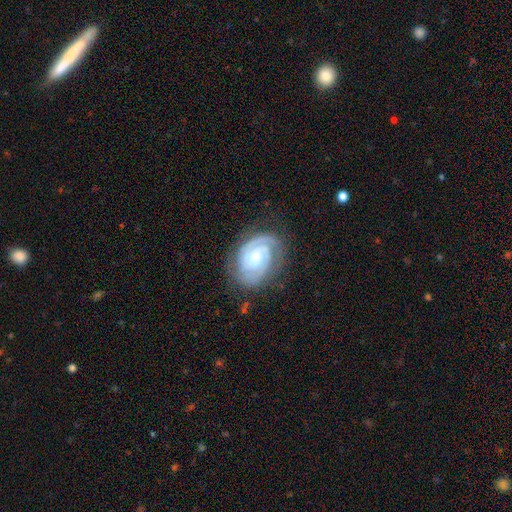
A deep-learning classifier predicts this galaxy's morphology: Q: Smooth or featured?
A: featured or disk (88%); runner-up: smooth (7%)
Q: Edge-on disk?
A: no (98%); runner-up: yes (2%)
Q: Bar?
A: no (58%); runner-up: weak (34%)
Q: Spiral arms?
A: yes (98%); runner-up: no (2%)
Q: Spiral winding?
A: tight (73%); runner-up: medium (24%)
Q: Spiral arm count?
A: 2 (64%); runner-up: 3 (14%)
Q: Bulge size?
A: small (57%); runner-up: moderate (32%)
Q: Merging?
A: none (77%); runner-up: minor disturbance (16%)